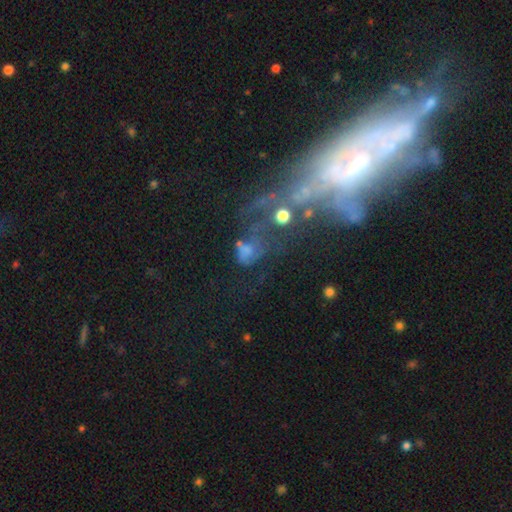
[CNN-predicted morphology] featured or disk 60%, star or artifact 22%, smooth 19%. Down the decision tree: edge-on disk — no (78%); merging — none (34%).